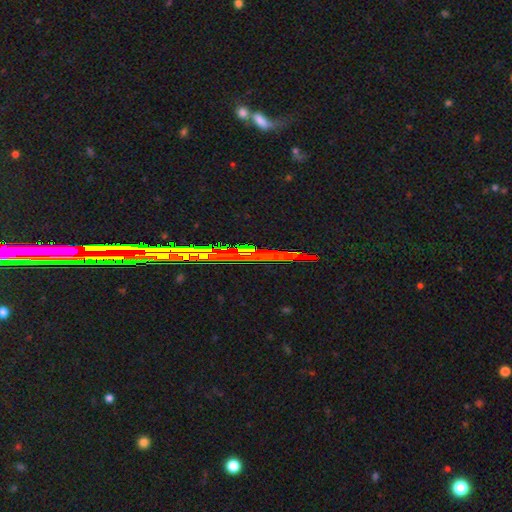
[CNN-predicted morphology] star or artifact 78%, featured or disk 13%, smooth 9%.